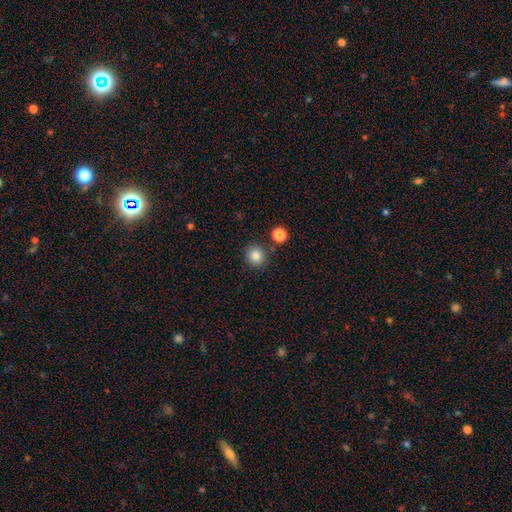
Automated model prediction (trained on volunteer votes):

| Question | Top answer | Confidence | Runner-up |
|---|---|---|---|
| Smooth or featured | smooth | 84% | star or artifact (11%) |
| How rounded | round | 89% | in between (10%) |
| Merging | none | 85% | minor disturbance (8%) |